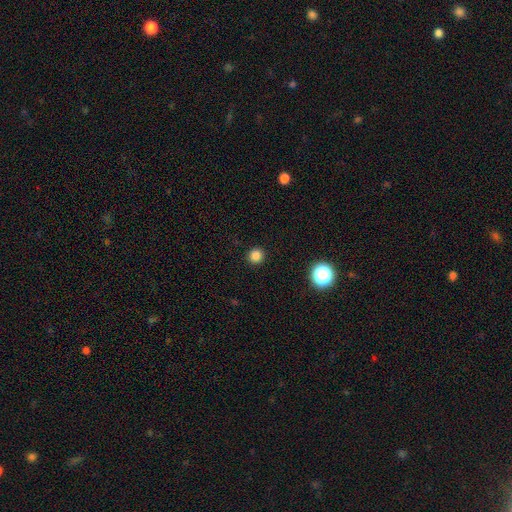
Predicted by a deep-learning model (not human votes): smooth_or_featured: smooth (p=0.83) [alt: star or artifact p=0.13]
how_rounded: round (p=0.93) [alt: in between p=0.06]
merging: none (p=0.93) [alt: minor disturbance p=0.04]